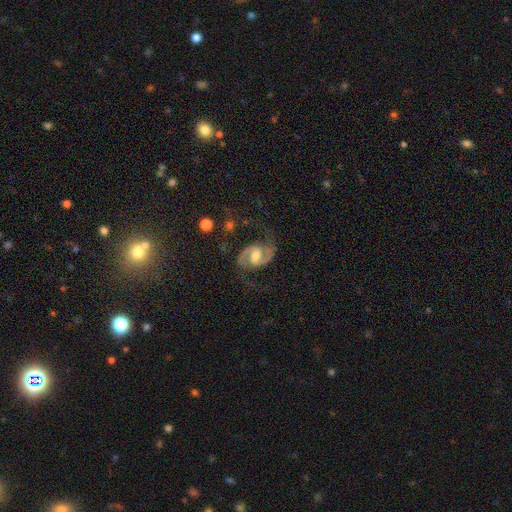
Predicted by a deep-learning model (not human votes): This appears to be a featured or disk galaxy (91%) with a weak bar (53%), 2 (94%) medium (59%) spiral arms (98%) and a moderate central bulge (67%). Merging: none (73%).